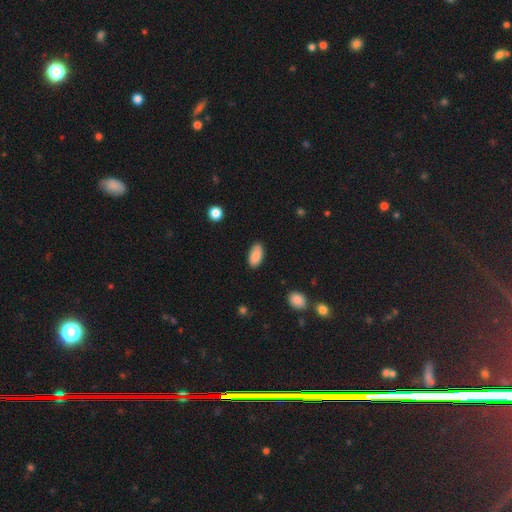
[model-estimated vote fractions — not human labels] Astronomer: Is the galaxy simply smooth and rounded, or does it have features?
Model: smooth — 89%.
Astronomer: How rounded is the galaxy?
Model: in between — 94%.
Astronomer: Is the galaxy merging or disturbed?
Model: none — 86%.